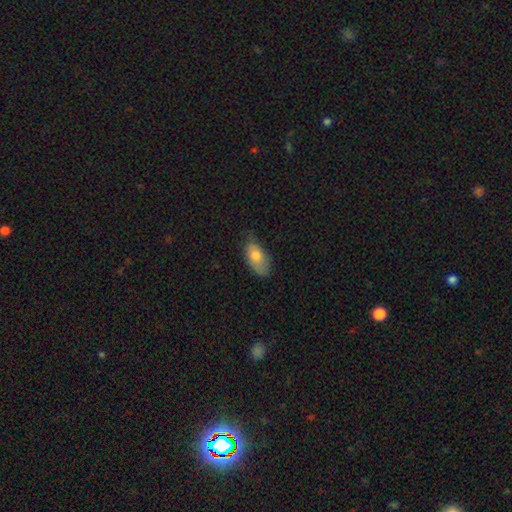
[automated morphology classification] Smooth or featured? Predicted: smooth (p=0.76). How rounded? Predicted: in between (p=0.90). Merging? Predicted: none (p=0.60).